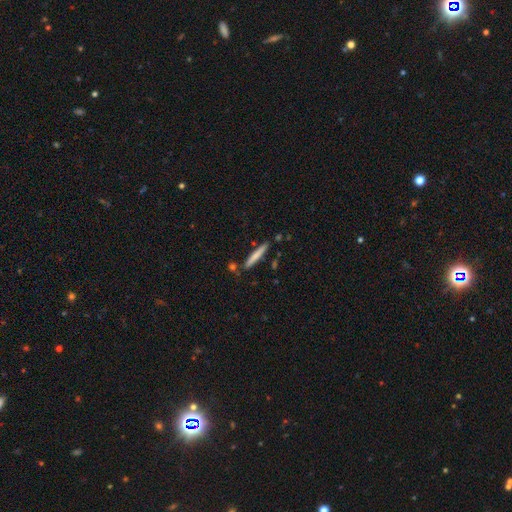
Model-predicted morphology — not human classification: Smooth or featured: smooth — 70% (featured or disk — 24%)
How rounded: cigar-shaped — 95% (in between — 4%)
Merging: none — 84% (minor disturbance — 10%)